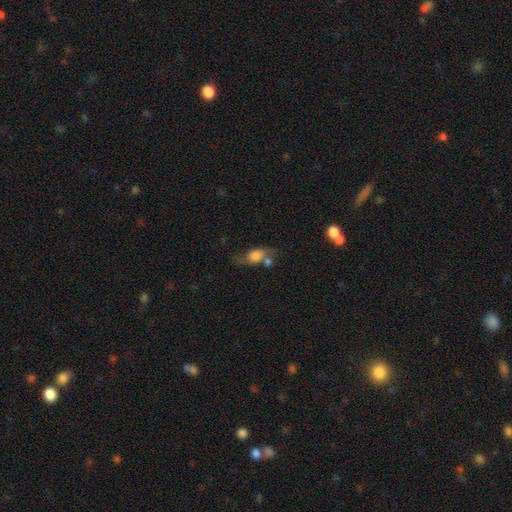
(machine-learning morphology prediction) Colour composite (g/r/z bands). It shows a smooth galaxy with no disk features (53%) that is in between round and cigar-shaped (67%). Merging: none (42%).